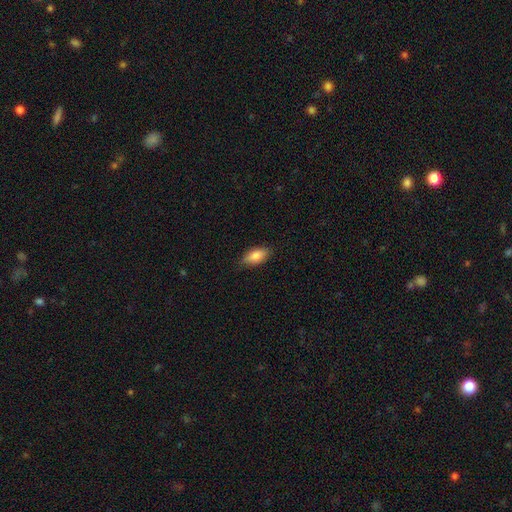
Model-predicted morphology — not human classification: smooth-or-featured: smooth: 84% | featured or disk: 9% | star or artifact: 7%
  how-rounded: in between: 86% | cigar-shaped: 11% | round: 3%
  merging: none: 82% | minor disturbance: 14% | major disturbance: 3% | merger: 1%